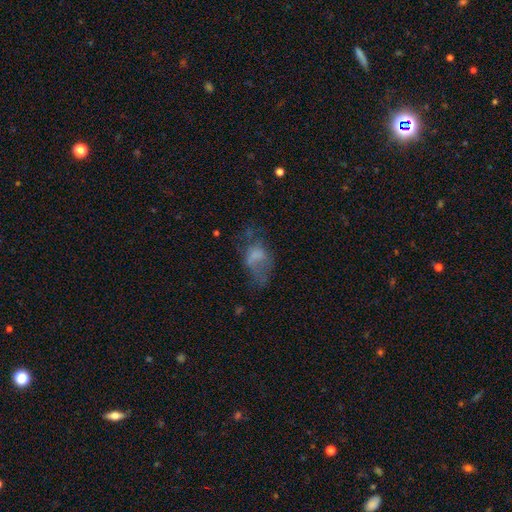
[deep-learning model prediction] A smooth galaxy with no disk features (49%). Merging: major disturbance (40%).